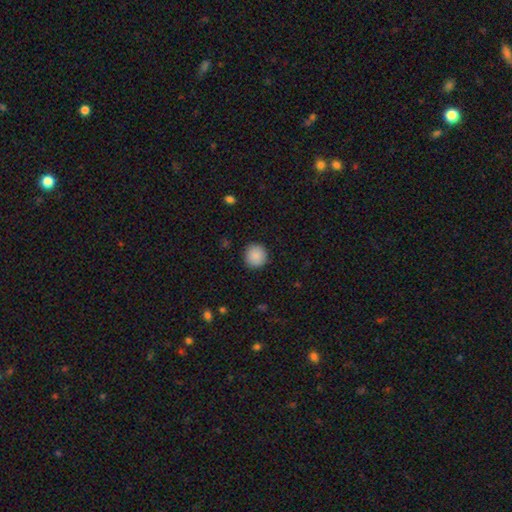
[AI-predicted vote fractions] A smooth galaxy with no disk features (89%) that is round (93%). Merging: none (92%).